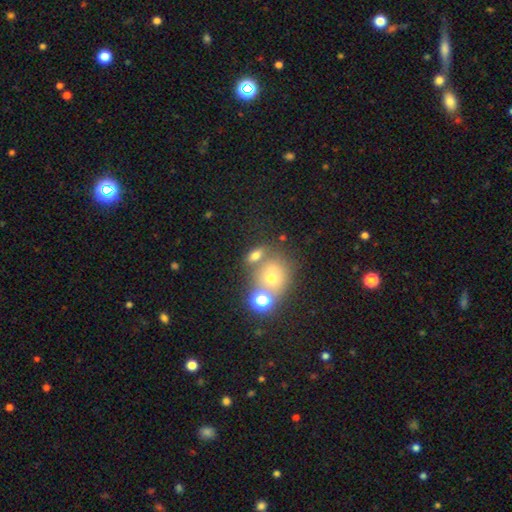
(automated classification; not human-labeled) This appears to be a smooth galaxy with no disk features (64%) that is in between round and cigar-shaped (59%). Merging: none (53%).